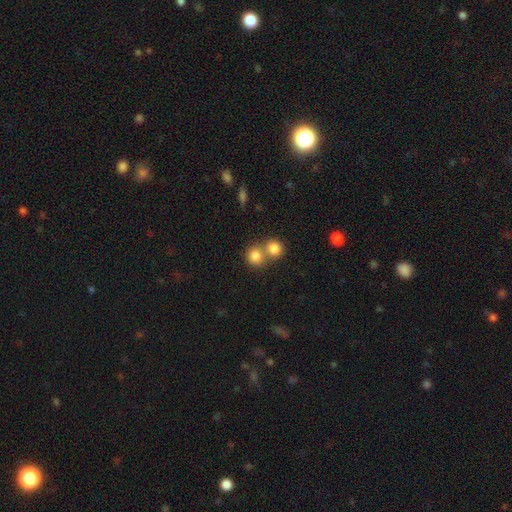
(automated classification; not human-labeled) Smooth or featured? smooth (82%)
How rounded? round (85%)
Merging? merger (48%)